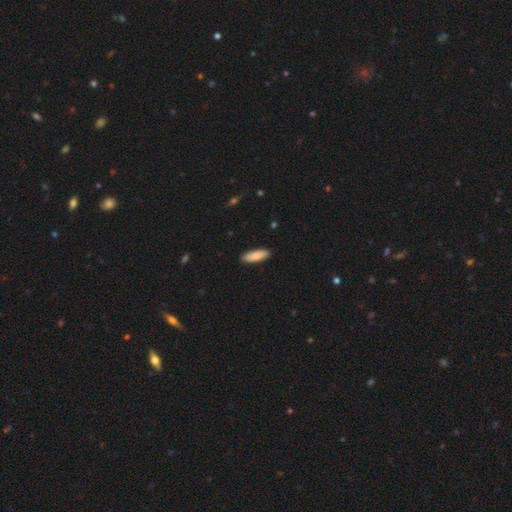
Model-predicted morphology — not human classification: This is clearly a smooth galaxy (86%). How rounded: possibly in between (53%). Merging: clearly none (90%).